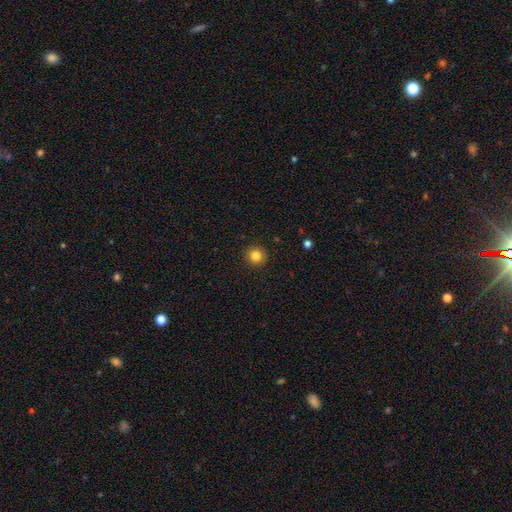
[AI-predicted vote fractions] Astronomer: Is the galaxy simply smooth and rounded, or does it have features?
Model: smooth — 83%.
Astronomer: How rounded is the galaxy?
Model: round — 94%.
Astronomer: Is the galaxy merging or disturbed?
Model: none — 92%.